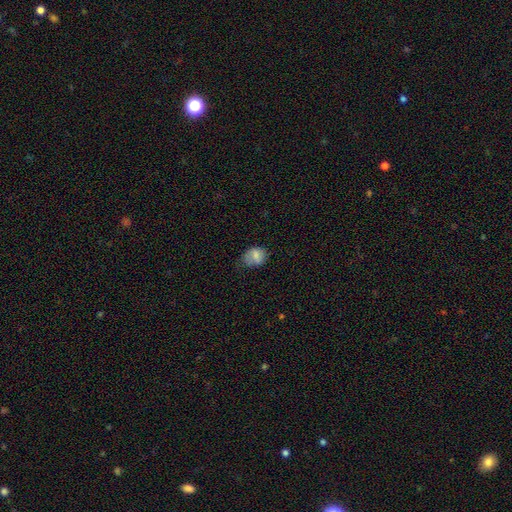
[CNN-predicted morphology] Smooth or featured?
  - smooth: 77% *
  - featured or disk: 14%
  - star or artifact: 9%
How rounded?
  - in between: 58% *
  - round: 41%
  - cigar-shaped: 1%
Merging?
  - none: 45% *
  - minor disturbance: 37%
  - major disturbance: 16%
  - merger: 2%